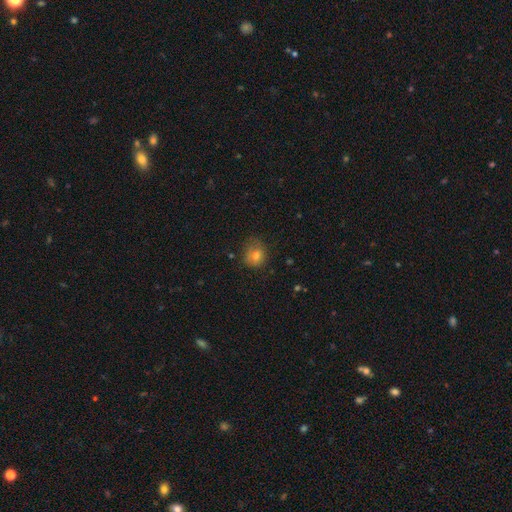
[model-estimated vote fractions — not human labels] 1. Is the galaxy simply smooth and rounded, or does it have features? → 74% smooth, 14% star or artifact, 12% featured or disk.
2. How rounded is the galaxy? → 68% round, 31% in between, 1% cigar-shaped.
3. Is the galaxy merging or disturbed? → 57% none, 29% minor disturbance, 12% major disturbance, 3% merger.